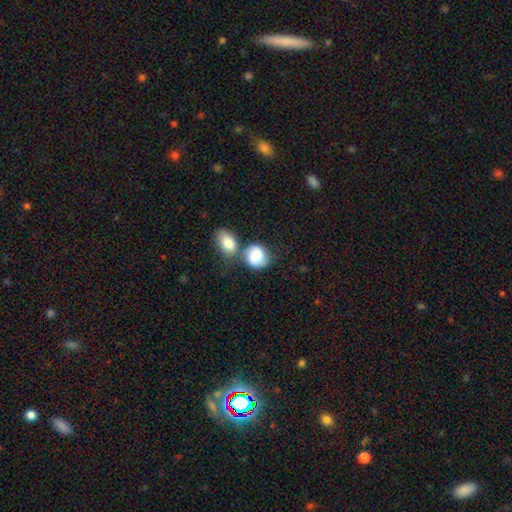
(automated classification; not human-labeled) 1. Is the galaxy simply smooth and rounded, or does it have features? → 69% smooth, 24% featured or disk, 7% star or artifact.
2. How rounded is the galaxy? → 62% round, 37% in between, 1% cigar-shaped.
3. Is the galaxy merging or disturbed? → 39% merger, 37% none, 15% minor disturbance, 8% major disturbance.